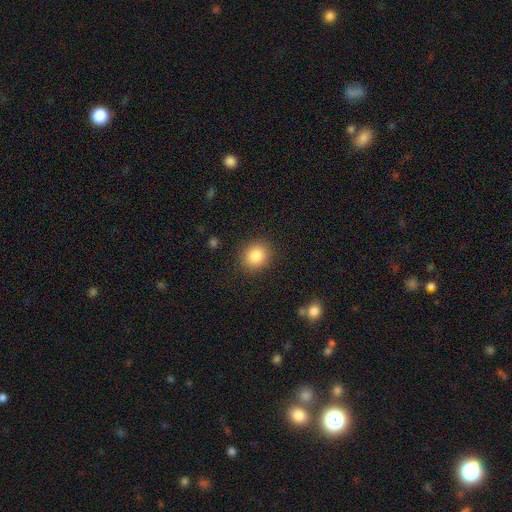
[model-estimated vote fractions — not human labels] This is clearly a smooth galaxy (86%). How rounded: likely round (77%). Merging: clearly none (88%).